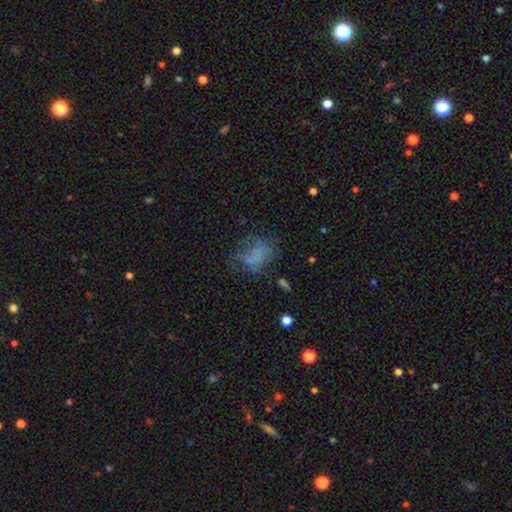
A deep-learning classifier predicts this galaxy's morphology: A smooth galaxy with no disk features (52%) that is in between round and cigar-shaped (61%).

Vote fractions:
- Smooth or featured? smooth: 52% / featured or disk: 31% / star or artifact: 17%
- How rounded? in between: 61% / round: 37% / cigar-shaped: 2%
- Merging? none: 45% / major disturbance: 28% / minor disturbance: 23% / merger: 4%